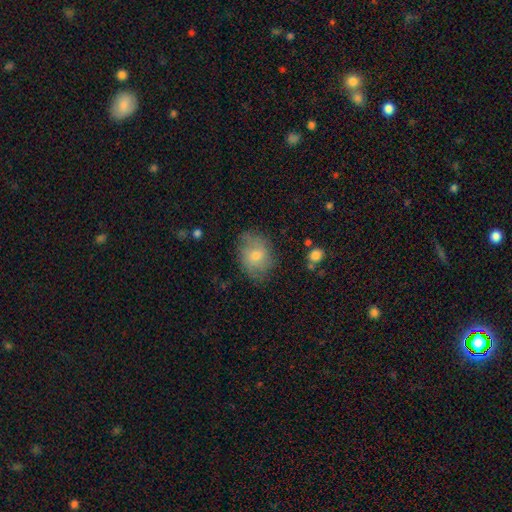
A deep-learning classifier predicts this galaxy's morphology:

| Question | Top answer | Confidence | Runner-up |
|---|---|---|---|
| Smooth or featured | smooth | 59% | featured or disk (31%) |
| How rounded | in between | 61% | round (37%) |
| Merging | none | 71% | minor disturbance (21%) |